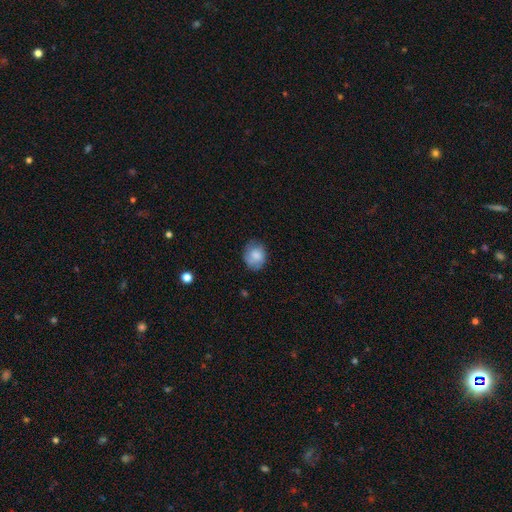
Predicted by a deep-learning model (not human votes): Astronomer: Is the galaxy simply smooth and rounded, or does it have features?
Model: smooth — 80%.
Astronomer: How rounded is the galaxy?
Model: round — 60% (runner-up: in between, 39%).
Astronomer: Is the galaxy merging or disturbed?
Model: none — 70%.